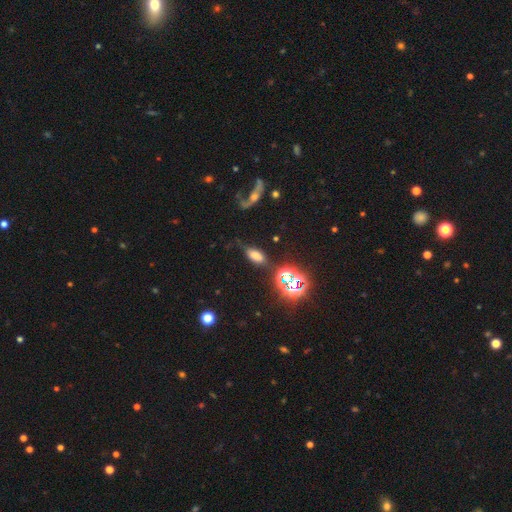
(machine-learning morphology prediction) Q: Smooth or featured?
A: smooth (61%); runner-up: star or artifact (24%)
Q: How rounded?
A: in between (86%); runner-up: cigar-shaped (8%)
Q: Merging?
A: none (61%); runner-up: minor disturbance (20%)